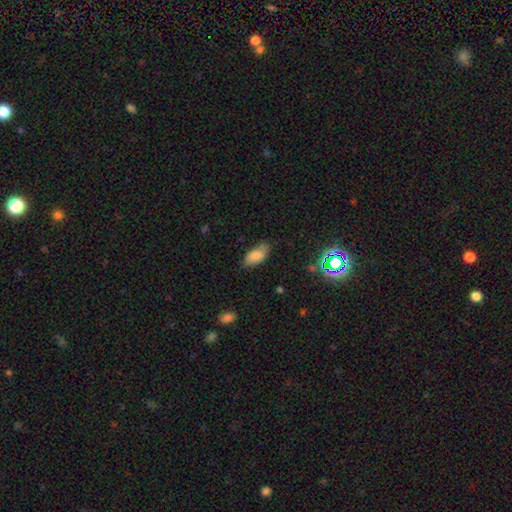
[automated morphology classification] A smooth galaxy with no disk features (79%) that is in between round and cigar-shaped (91%). Merging: none (69%).